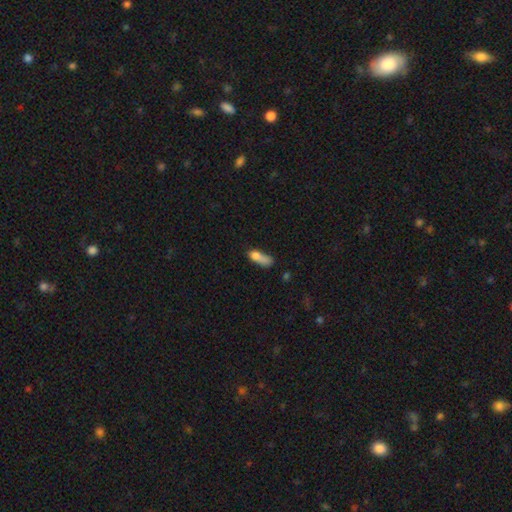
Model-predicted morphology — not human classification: A smooth galaxy with no disk features (73%) that is in between round and cigar-shaped (59%).

Vote fractions:
- Smooth or featured? smooth: 73% / featured or disk: 16% / star or artifact: 10%
- How rounded? in between: 59% / cigar-shaped: 34% / round: 7%
- Merging? major disturbance: 28% / none: 27% / minor disturbance: 25% / merger: 20%